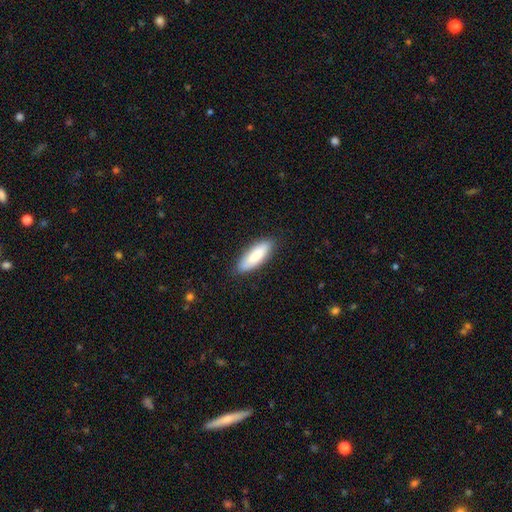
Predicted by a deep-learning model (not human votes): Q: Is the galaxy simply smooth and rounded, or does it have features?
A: smooth — 82%.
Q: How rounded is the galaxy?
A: in between — 57%.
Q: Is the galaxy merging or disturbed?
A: none — 85%.